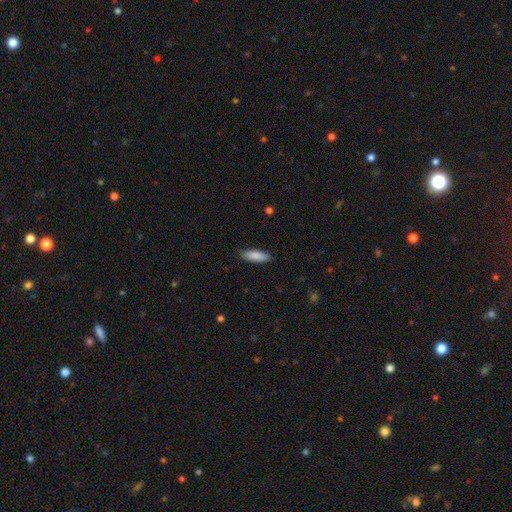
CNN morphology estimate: A smooth galaxy with no disk features (88%) that is in between round and cigar-shaped (54%). Merging: none (88%).